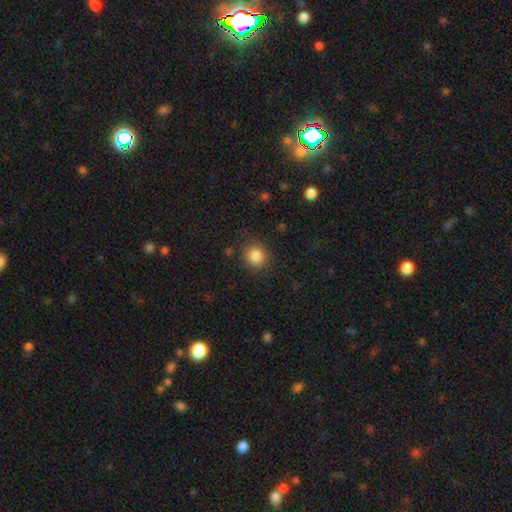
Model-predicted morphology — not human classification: Overall: smooth (84%). How rounded: round (89%). Merging: none (86%).